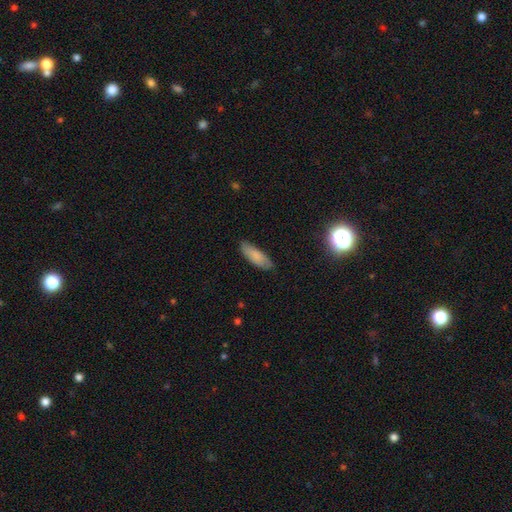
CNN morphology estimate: type=smooth (80%); roundness=in between (64%); merging=none (80%).